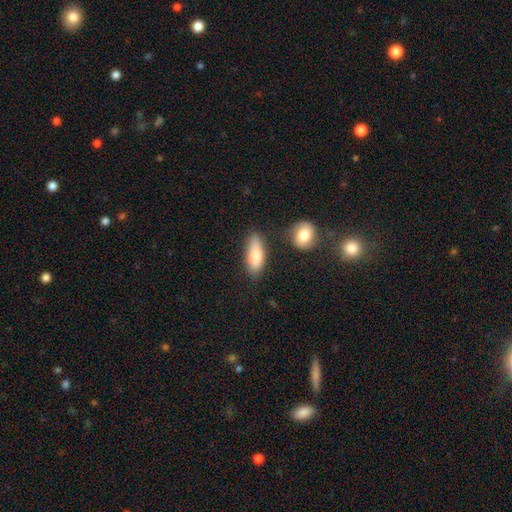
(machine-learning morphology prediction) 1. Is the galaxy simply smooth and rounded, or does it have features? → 83% smooth, 11% featured or disk, 6% star or artifact.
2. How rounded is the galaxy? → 68% in between, 29% cigar-shaped, 3% round.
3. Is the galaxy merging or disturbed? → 70% none, 18% minor disturbance, 7% merger, 5% major disturbance.